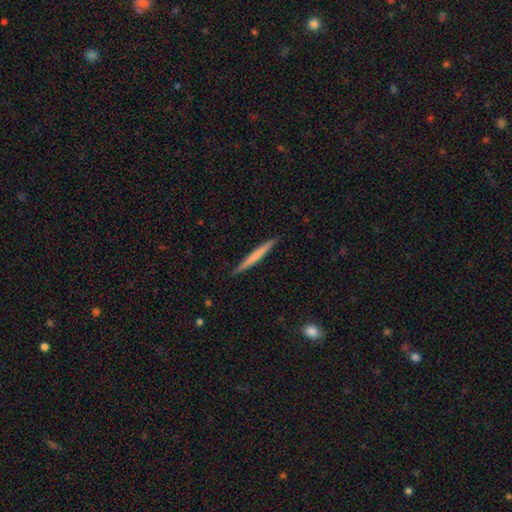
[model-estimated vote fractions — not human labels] Smooth or featured? smooth (59%)
How rounded? cigar-shaped (97%)
Merging? none (91%)